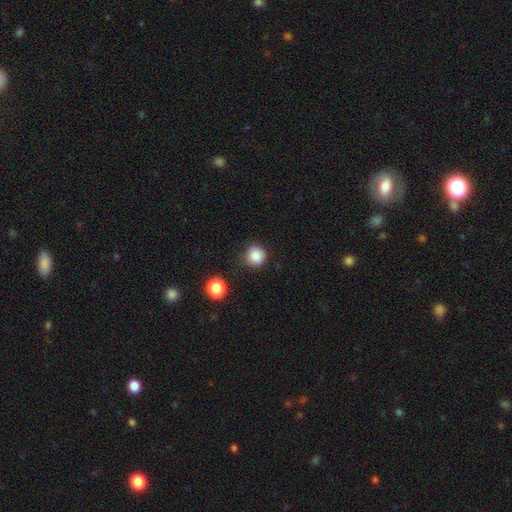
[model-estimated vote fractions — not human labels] Smooth or featured? smooth (86%)
How rounded? round (90%)
Merging? none (80%)